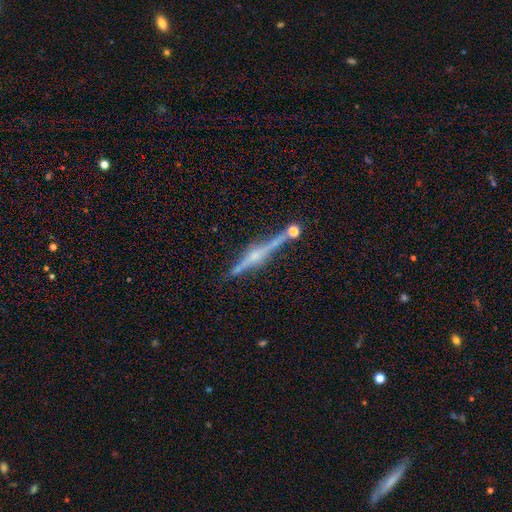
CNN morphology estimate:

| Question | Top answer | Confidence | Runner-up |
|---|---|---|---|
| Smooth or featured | featured or disk | 82% | smooth (10%) |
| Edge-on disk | yes | 98% | no (2%) |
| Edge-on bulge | rounded | 80% | boxy (11%) |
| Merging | none | 80% | minor disturbance (10%) |